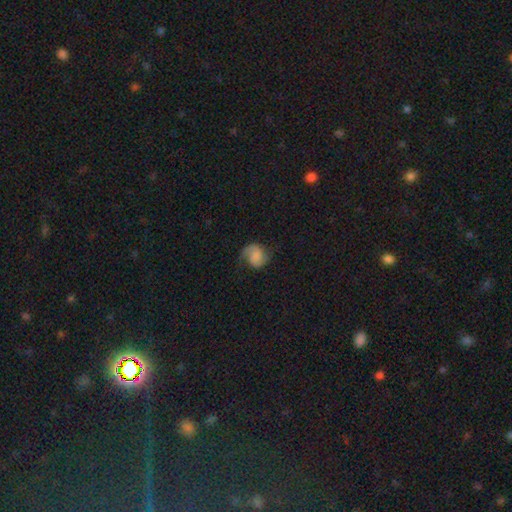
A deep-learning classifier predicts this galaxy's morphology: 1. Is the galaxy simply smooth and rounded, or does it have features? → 58% featured or disk, 33% smooth, 9% star or artifact.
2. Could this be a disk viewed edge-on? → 98% no, 2% yes.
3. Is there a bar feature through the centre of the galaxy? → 65% no, 28% weak, 7% strong.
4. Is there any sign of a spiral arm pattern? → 93% yes, 7% no.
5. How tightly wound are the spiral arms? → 44% medium, 38% loose, 18% tight.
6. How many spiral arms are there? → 86% 2, 7% 1, 4% can't tell, 1% 3, 1% 4, 1% more than 4.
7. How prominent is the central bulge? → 48% none, 20% small, 14% moderate, 12% large, 6% dominant.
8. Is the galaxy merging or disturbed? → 66% none, 20% minor disturbance, 12% major disturbance, 1% merger.